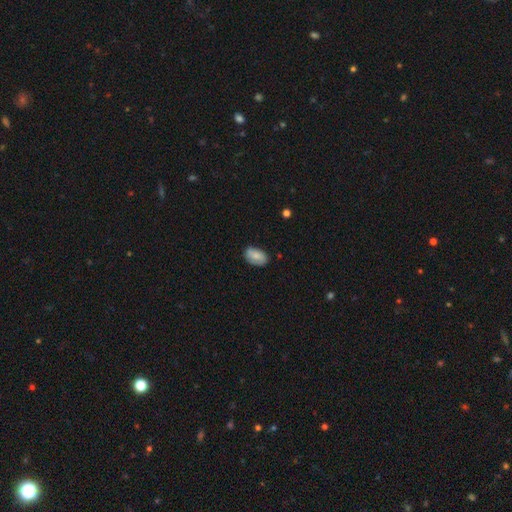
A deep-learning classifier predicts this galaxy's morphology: The model was most divided on "merging": none: 77%, minor disturbance: 18%, major disturbance: 3%, merger: 1%. More confident: how rounded — in between (92%); smooth or featured — smooth (78%).